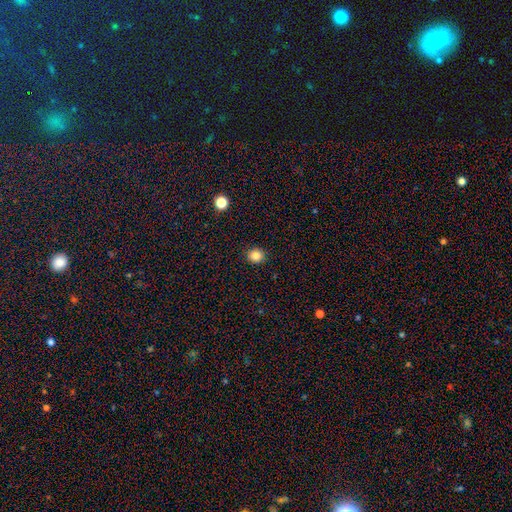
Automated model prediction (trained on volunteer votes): smooth 84%, star or artifact 11%, featured or disk 4%. Down the decision tree: how rounded — round (82%); merging — none (91%).